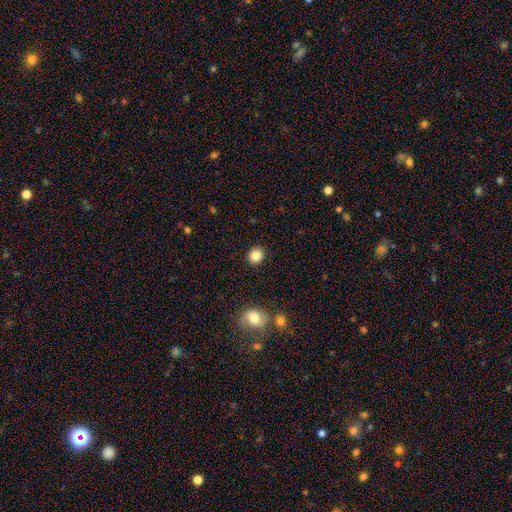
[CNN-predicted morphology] Overall: smooth (85%). How rounded: round (76%). Merging: none (90%).